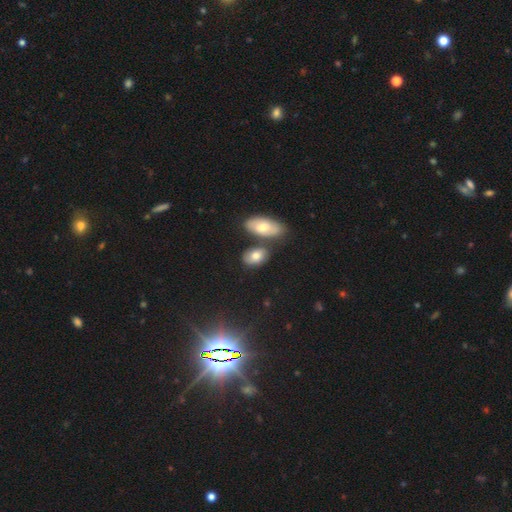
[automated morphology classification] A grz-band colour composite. It shows a smooth galaxy with no disk features (70%) that is in between round and cigar-shaped (86%). Merging: none (60%).